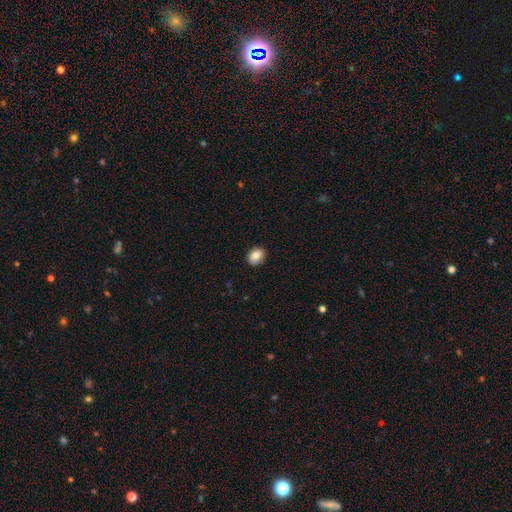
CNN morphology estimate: A smooth galaxy with no disk features (84%) that is in between round and cigar-shaped (62%).

Vote fractions:
- Smooth or featured? smooth: 84% / star or artifact: 8% / featured or disk: 8%
- How rounded? in between: 62% / round: 37% / cigar-shaped: 1%
- Merging? none: 88% / minor disturbance: 9% / major disturbance: 2% / merger: 1%